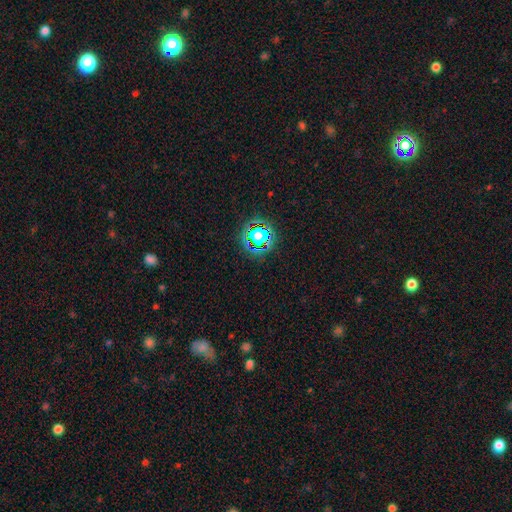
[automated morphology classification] Overall: star or artifact (72%).